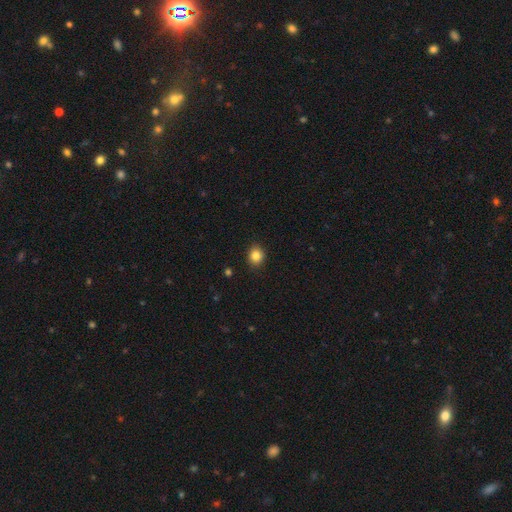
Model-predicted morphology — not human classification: This appears to be a smooth galaxy with no disk features (85%) that is round (71%). Merging: none (88%).